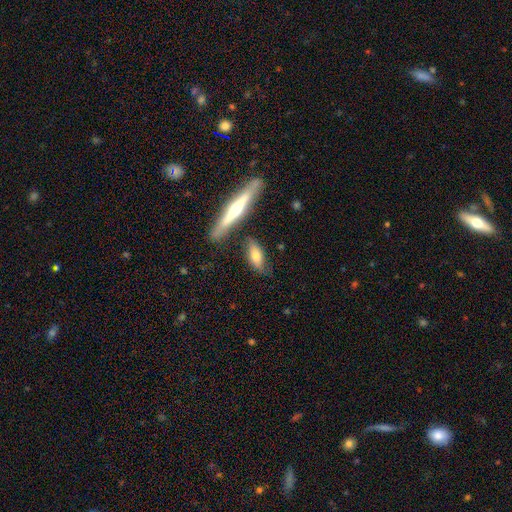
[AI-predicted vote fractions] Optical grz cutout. It shows a smooth galaxy with no disk features (62%) that is in between round and cigar-shaped (59%). Merging: none (71%).